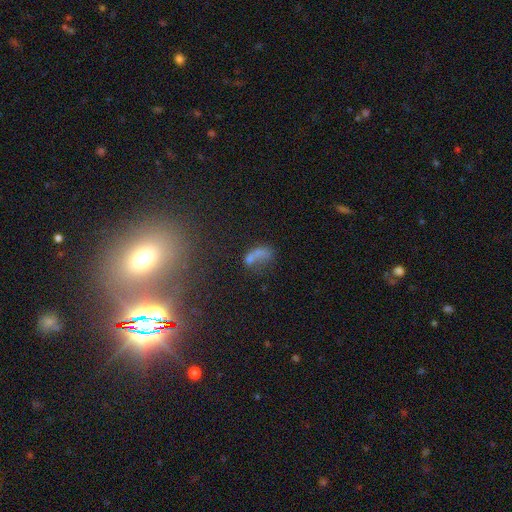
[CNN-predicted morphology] Smooth or featured? Predicted: smooth (p=0.53). How rounded? Predicted: in between (p=0.75). Merging? Predicted: merger (p=0.33).